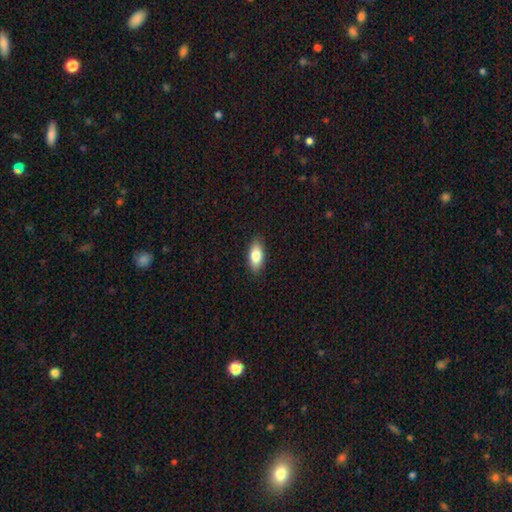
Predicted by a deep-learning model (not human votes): This is clearly a smooth galaxy (82%). How rounded: clearly in between (87%). Merging: clearly none (88%).